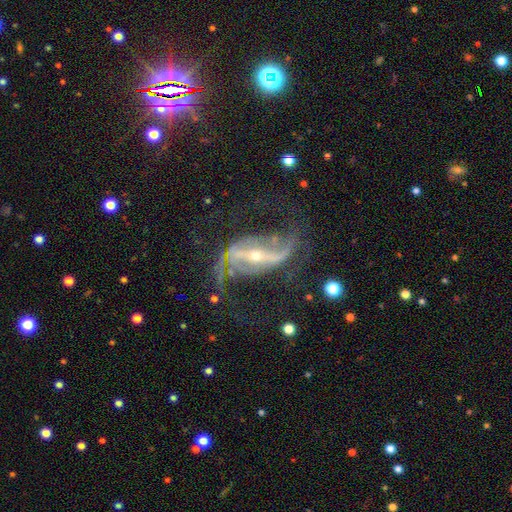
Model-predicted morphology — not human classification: smooth_or_featured: featured or disk (p=0.90) [alt: star or artifact p=0.06]
disk_edge_on: no (p=0.92) [alt: yes p=0.08]
bar: strong (p=0.73) [alt: weak p=0.16]
has_spiral_arms: yes (p=0.93) [alt: no p=0.07]
spiral_winding: loose (p=0.66) [alt: medium p=0.25]
spiral_arm_count: 2 (p=0.89) [alt: can't tell p=0.04]
bulge_size: small (p=0.72) [alt: moderate p=0.25]
merging: none (p=0.55) [alt: major disturbance p=0.24]